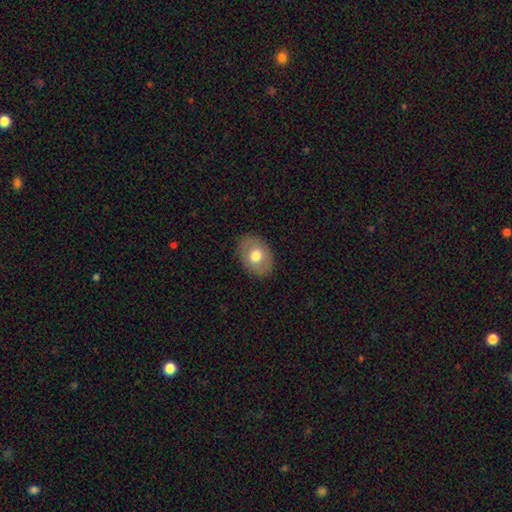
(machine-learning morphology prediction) A smooth galaxy with no disk features (71%) that is in between round and cigar-shaped (69%). Merging: none (86%).